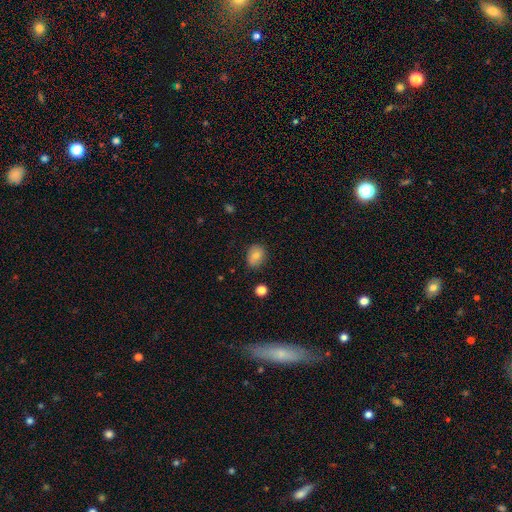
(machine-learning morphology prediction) Smooth or featured? Predicted: smooth (p=0.81). How rounded? Predicted: in between (p=0.64). Merging? Predicted: none (p=0.77).